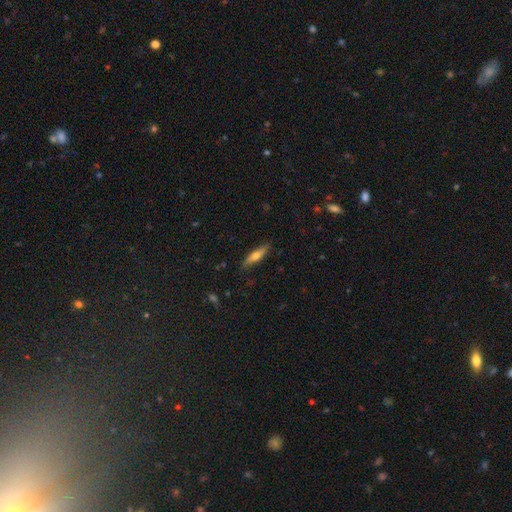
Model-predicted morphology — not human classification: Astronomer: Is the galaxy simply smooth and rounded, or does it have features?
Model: smooth — 53% (runner-up: featured or disk, 41%).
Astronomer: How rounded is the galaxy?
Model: cigar-shaped — 78%.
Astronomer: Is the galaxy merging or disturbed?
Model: none — 84%.